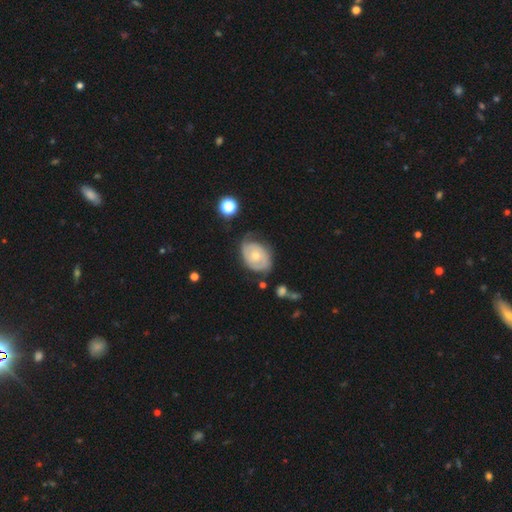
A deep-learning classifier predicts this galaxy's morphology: Smooth or featured: featured or disk — 61% (smooth — 33%)
Edge-on disk: no — 96% (yes — 4%)
Bar: no — 81% (weak — 16%)
Spiral arms: yes — 66% (no — 34%)
Bulge size: moderate — 51% (small — 44%)
Merging: none — 54% (minor disturbance — 31%)